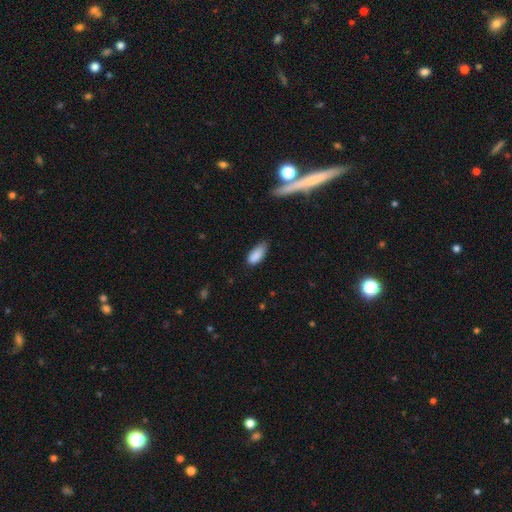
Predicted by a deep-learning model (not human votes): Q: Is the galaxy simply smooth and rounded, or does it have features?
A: smooth — 87%.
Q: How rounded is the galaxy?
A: in between — 81%.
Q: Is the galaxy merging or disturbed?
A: none — 59%.